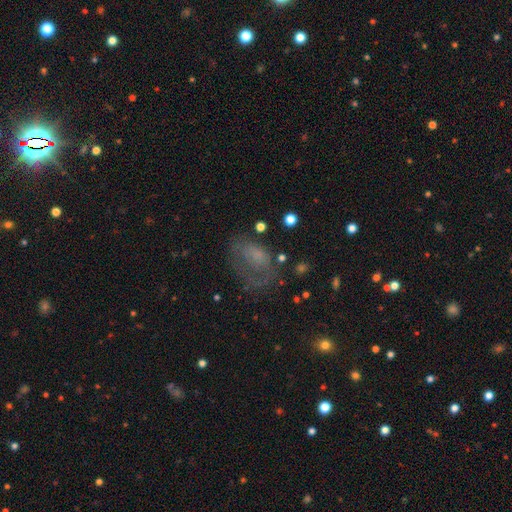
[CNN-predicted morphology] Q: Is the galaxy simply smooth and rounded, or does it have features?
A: smooth — 45%.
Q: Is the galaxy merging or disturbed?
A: none — 43%.